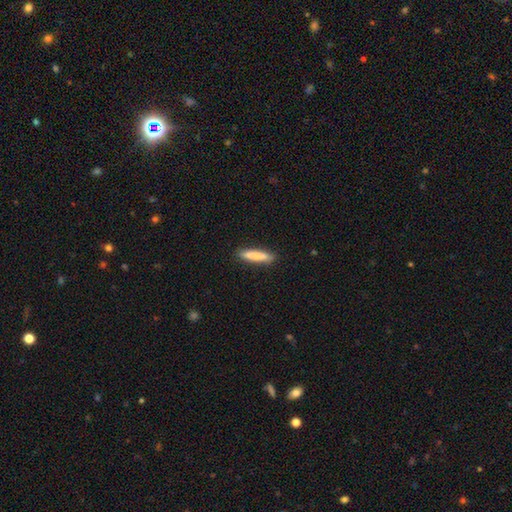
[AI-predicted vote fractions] A smooth galaxy with no disk features (82%) that is cigar-shaped (88%).

Vote fractions:
- Smooth or featured? smooth: 82% / featured or disk: 12% / star or artifact: 6%
- How rounded? cigar-shaped: 88% / in between: 11% / round: 1%
- Merging? none: 89% / minor disturbance: 8% / major disturbance: 2% / merger: 1%